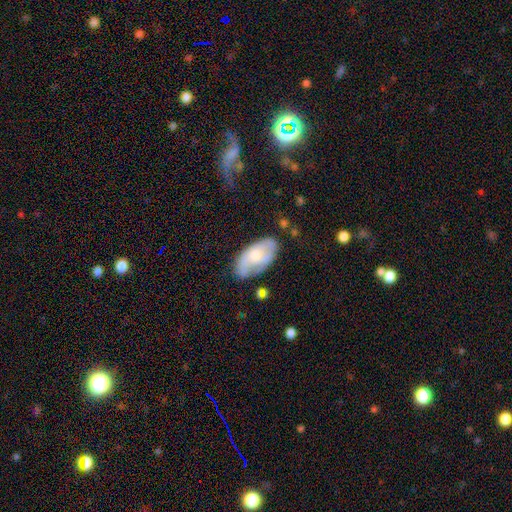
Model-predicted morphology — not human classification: Q: Smooth or featured?
A: smooth (51%); runner-up: featured or disk (43%)
Q: How rounded?
A: in between (94%); runner-up: round (4%)
Q: Merging?
A: none (63%); runner-up: minor disturbance (26%)